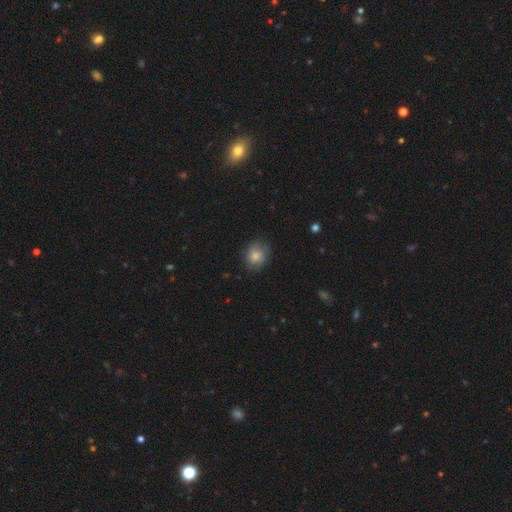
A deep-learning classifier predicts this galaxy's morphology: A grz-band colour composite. It shows a smooth galaxy with no disk features (75%) that is round (70%). Merging: none (75%).